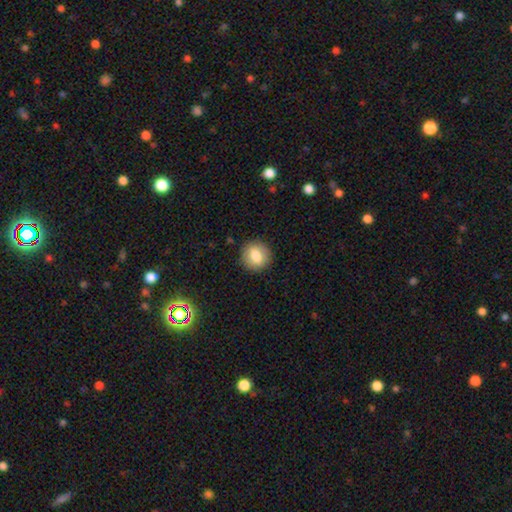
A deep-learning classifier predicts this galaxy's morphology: A smooth galaxy with no disk features (79%) that is round (84%). Merging: none (89%).